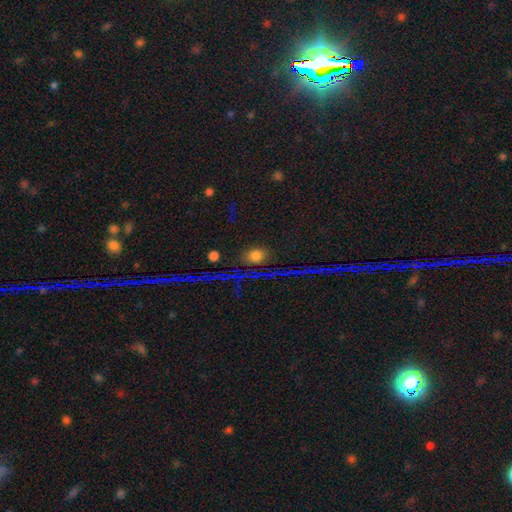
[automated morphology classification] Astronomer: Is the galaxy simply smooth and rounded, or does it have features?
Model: smooth — 71%.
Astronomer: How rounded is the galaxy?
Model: round — 51% (runner-up: in between, 47%).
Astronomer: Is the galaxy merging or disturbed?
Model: none — 79%.